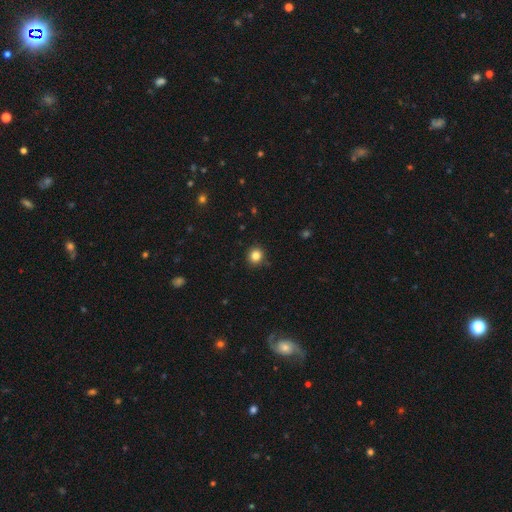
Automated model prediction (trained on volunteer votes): Overall: smooth (84%). How rounded: round (90%). Merging: none (90%).